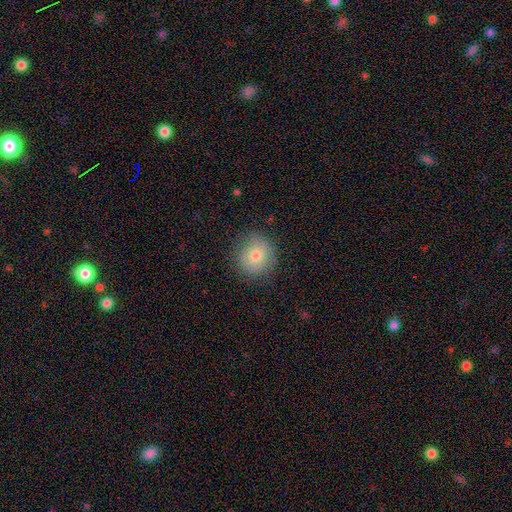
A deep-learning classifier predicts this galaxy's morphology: smooth 76%, featured or disk 14%, star or artifact 10%. Down the decision tree: how rounded — round (86%); merging — none (81%).